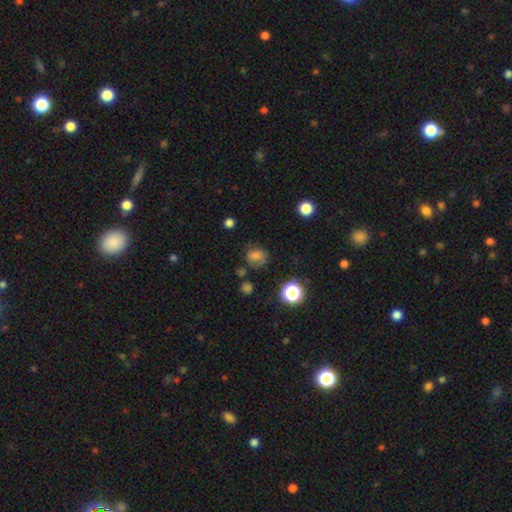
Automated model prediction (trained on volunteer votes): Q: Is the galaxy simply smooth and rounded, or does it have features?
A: smooth — 73%.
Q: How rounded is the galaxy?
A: round — 62%.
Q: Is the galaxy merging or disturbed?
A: none — 67%.